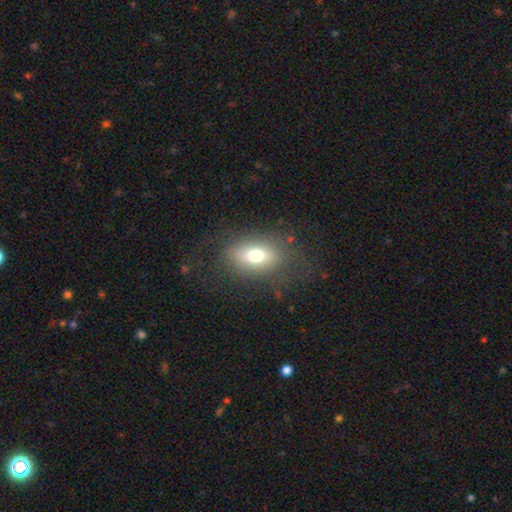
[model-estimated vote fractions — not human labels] The model was most divided on "smooth or featured": smooth: 70%, featured or disk: 19%, star or artifact: 11%. More confident: how rounded — in between (79%); merging — none (71%).